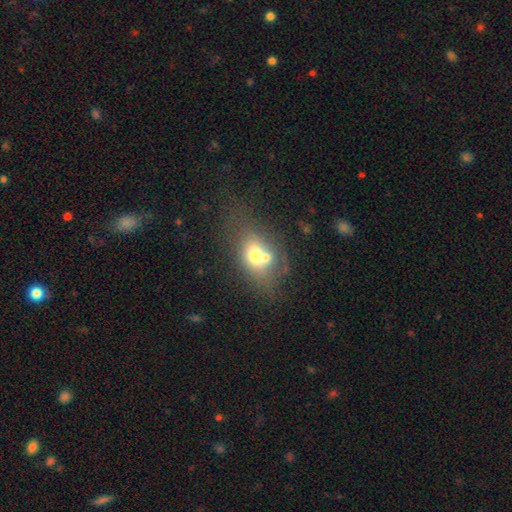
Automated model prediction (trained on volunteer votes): Smooth or featured? Predicted: smooth (p=0.62). How rounded? Predicted: in between (p=0.66). Merging? Predicted: merger (p=0.48).